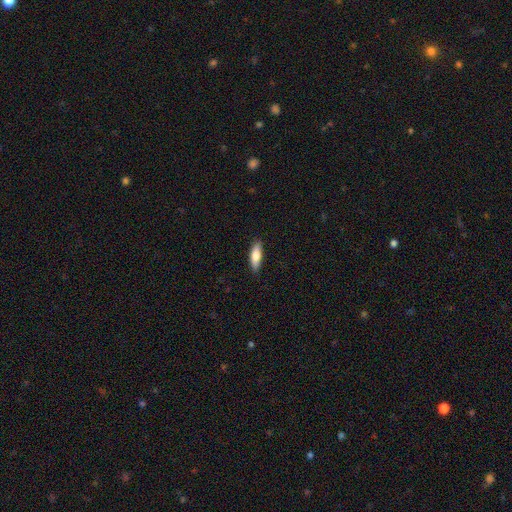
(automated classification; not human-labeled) A smooth galaxy with no disk features (76%) that is in between round and cigar-shaped (55%).

Vote fractions:
- Smooth or featured? smooth: 76% / featured or disk: 18% / star or artifact: 6%
- How rounded? in between: 55% / cigar-shaped: 43% / round: 2%
- Merging? none: 85% / minor disturbance: 12% / major disturbance: 2% / merger: 1%